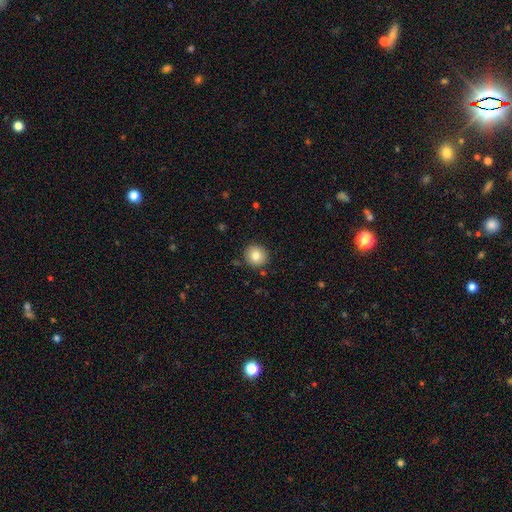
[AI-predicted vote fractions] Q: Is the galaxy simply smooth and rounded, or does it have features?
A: smooth — 80%.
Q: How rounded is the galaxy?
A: round — 91%.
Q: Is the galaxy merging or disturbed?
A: none — 89%.